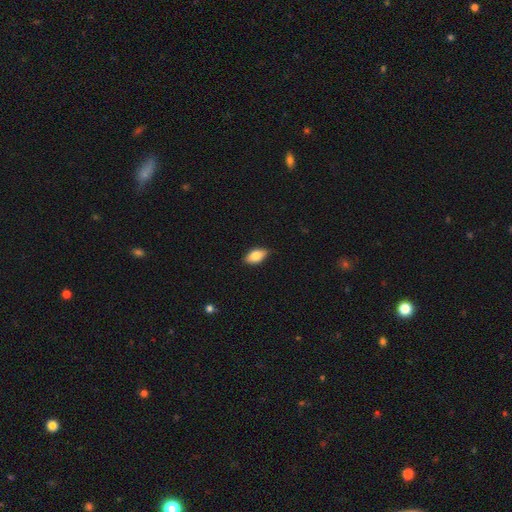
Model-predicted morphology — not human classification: Q: Smooth or featured?
A: smooth (76%); runner-up: featured or disk (17%)
Q: How rounded?
A: in between (89%); runner-up: cigar-shaped (6%)
Q: Merging?
A: none (84%); runner-up: minor disturbance (13%)